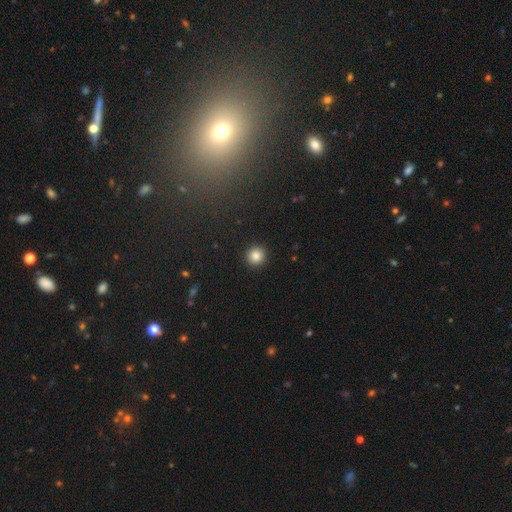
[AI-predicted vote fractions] Smooth or featured?
  - smooth: 85% *
  - star or artifact: 10%
  - featured or disk: 5%
How rounded?
  - round: 95% *
  - in between: 4%
  - cigar-shaped: 1%
Merging?
  - none: 93% *
  - minor disturbance: 4%
  - major disturbance: 2%
  - merger: 1%